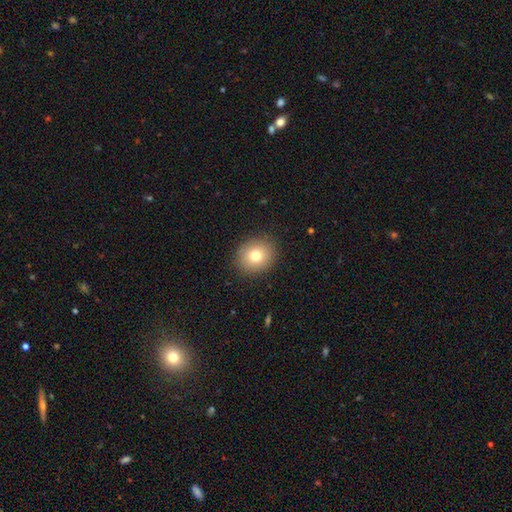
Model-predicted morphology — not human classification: Smooth or featured: smooth — 77% (featured or disk — 12%)
How rounded: round — 69% (in between — 30%)
Merging: none — 89% (minor disturbance — 8%)